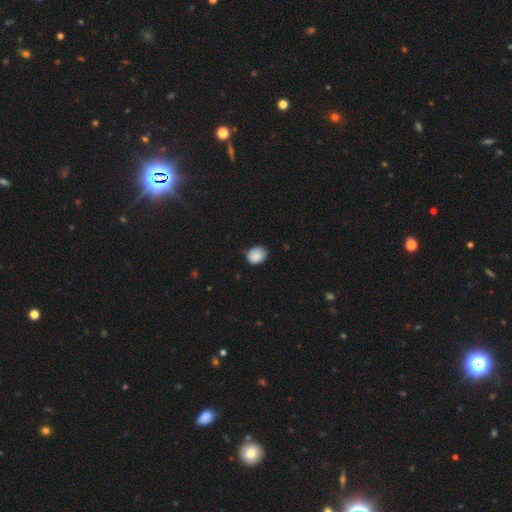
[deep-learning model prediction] This is clearly a smooth galaxy (88%). How rounded: possibly round (52%). Merging: likely none (73%).